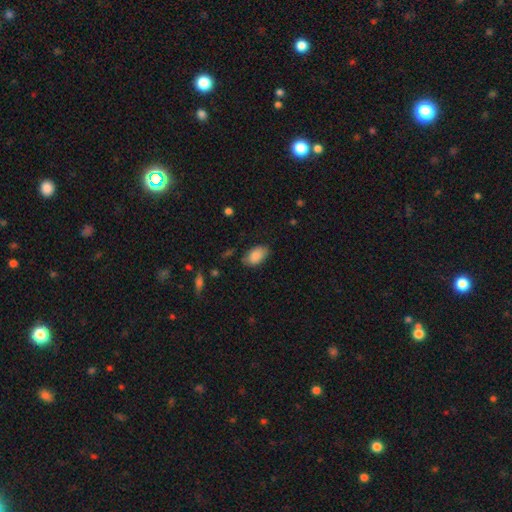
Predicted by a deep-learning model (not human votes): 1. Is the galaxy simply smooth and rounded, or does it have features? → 85% smooth, 8% featured or disk, 7% star or artifact.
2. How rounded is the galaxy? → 92% in between, 7% round, 1% cigar-shaped.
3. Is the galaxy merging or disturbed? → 78% none, 17% minor disturbance, 4% major disturbance, 2% merger.